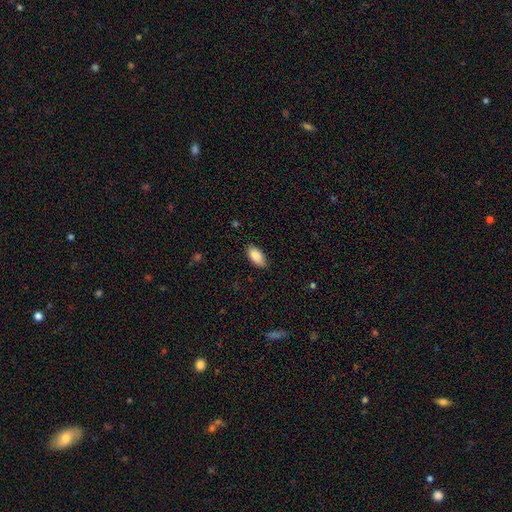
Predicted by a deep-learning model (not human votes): A smooth galaxy with no disk features (88%) that is in between round and cigar-shaped (93%).

Vote fractions:
- Smooth or featured? smooth: 88% / star or artifact: 7% / featured or disk: 6%
- How rounded? in between: 93% / cigar-shaped: 5% / round: 2%
- Merging? none: 81% / minor disturbance: 15% / major disturbance: 3% / merger: 1%